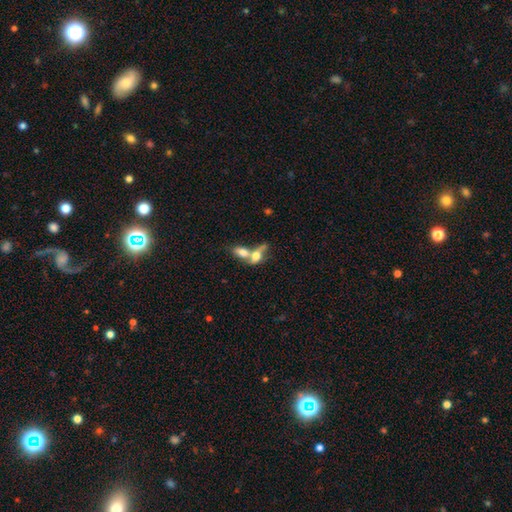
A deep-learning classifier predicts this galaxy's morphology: Smooth or featured? Predicted: smooth (p=0.61). How rounded? Predicted: in between (p=0.73). Merging? Predicted: merger (p=0.76).